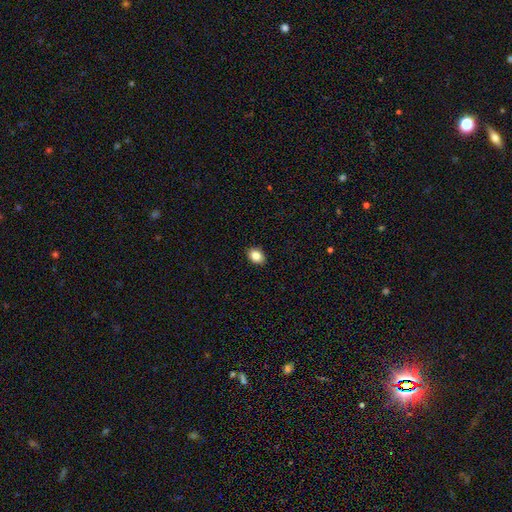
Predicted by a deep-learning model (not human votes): Smooth or featured?
  - smooth: 84% *
  - star or artifact: 9%
  - featured or disk: 7%
How rounded?
  - in between: 68% *
  - round: 31%
  - cigar-shaped: 1%
Merging?
  - none: 91% *
  - minor disturbance: 7%
  - major disturbance: 2%
  - merger: 1%